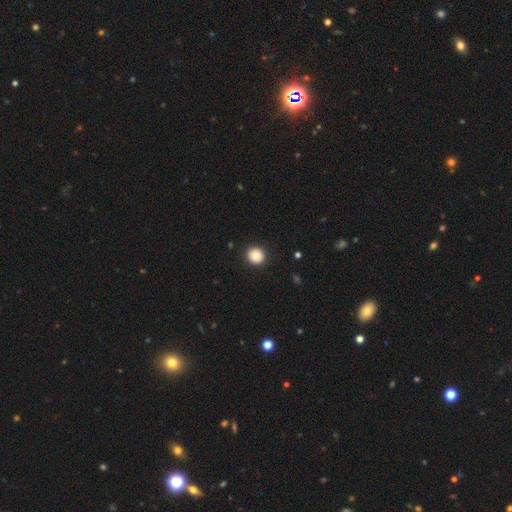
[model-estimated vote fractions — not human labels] A smooth galaxy with no disk features (87%) that is round (91%).

Vote fractions:
- Smooth or featured? smooth: 87% / star or artifact: 9% / featured or disk: 4%
- How rounded? round: 91% / in between: 8% / cigar-shaped: 1%
- Merging? none: 91% / minor disturbance: 6% / major disturbance: 2% / merger: 1%